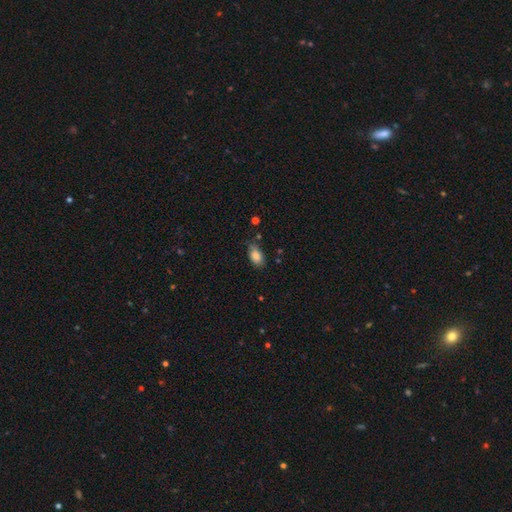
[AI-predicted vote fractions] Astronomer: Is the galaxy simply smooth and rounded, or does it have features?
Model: smooth — 83%.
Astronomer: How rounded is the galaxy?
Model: in between — 90%.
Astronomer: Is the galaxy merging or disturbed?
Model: none — 68%.